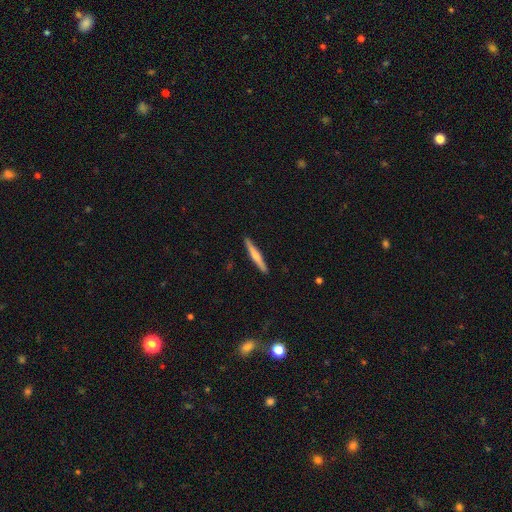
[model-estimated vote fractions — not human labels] Overall: smooth (50%; featured or disk 45%). How rounded: cigar-shaped (95%). Merging: none (91%).